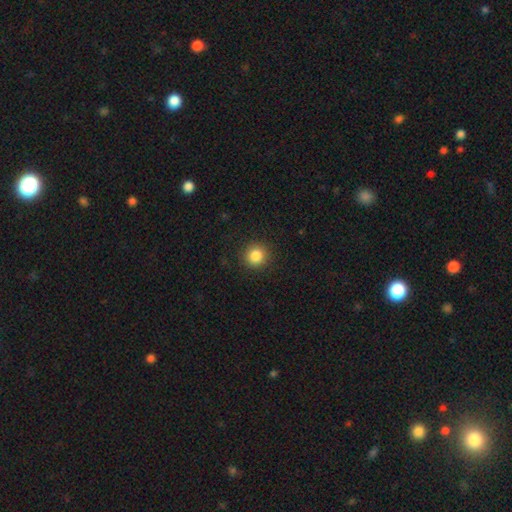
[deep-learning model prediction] smooth 85%, star or artifact 11%, featured or disk 4%. Down the decision tree: how rounded — round (93%); merging — none (91%).